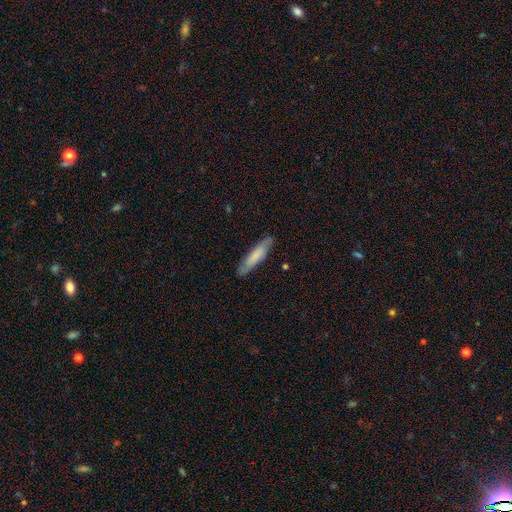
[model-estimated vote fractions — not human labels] A smooth galaxy with no disk features (71%) that is cigar-shaped (84%). Merging: none (86%).